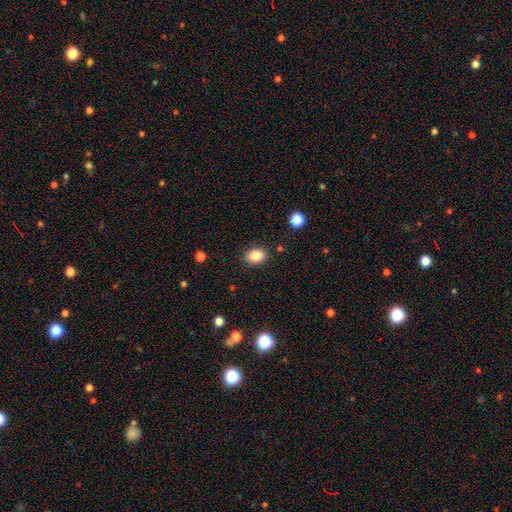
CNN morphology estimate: A smooth galaxy with no disk features (85%) that is in between round and cigar-shaped (72%).

Vote fractions:
- Smooth or featured? smooth: 85% / star or artifact: 9% / featured or disk: 5%
- How rounded? in between: 72% / round: 27% / cigar-shaped: 1%
- Merging? none: 85% / minor disturbance: 11% / major disturbance: 3% / merger: 2%